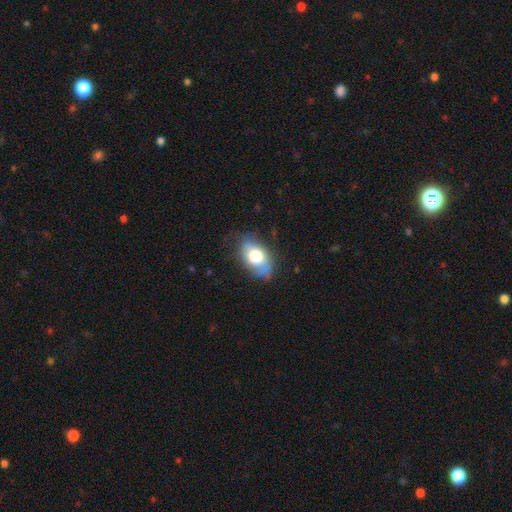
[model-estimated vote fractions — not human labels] A smooth galaxy with no disk features (68%) that is in between round and cigar-shaped (88%). Merging: none (66%).